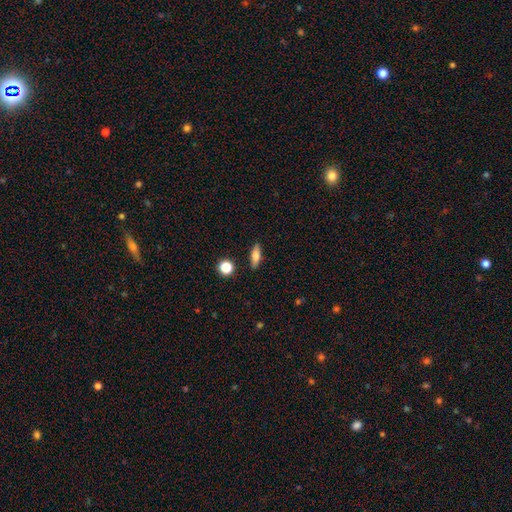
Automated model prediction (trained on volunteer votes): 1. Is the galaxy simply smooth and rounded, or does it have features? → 68% smooth, 23% featured or disk, 8% star or artifact.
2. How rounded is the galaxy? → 52% in between, 42% cigar-shaped, 6% round.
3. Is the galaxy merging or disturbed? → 88% none, 8% minor disturbance, 2% merger, 2% major disturbance.